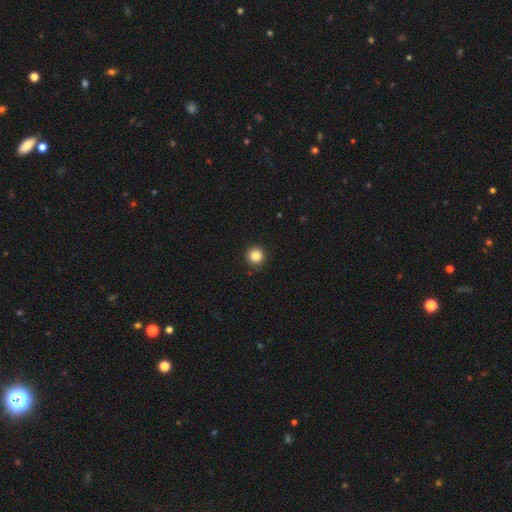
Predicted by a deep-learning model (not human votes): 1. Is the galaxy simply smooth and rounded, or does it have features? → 86% smooth, 11% star or artifact, 3% featured or disk.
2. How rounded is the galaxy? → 95% round, 4% in between, 1% cigar-shaped.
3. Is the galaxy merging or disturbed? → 92% none, 5% minor disturbance, 2% major disturbance, 1% merger.